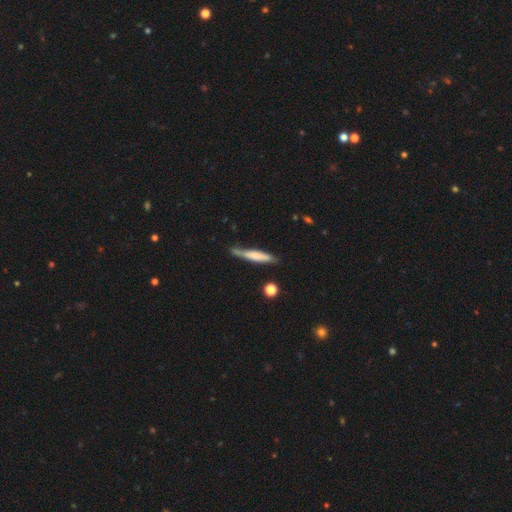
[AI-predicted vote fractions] Morphology: type=smooth (58%); roundness=cigar-shaped (89%); merging=none (67%).